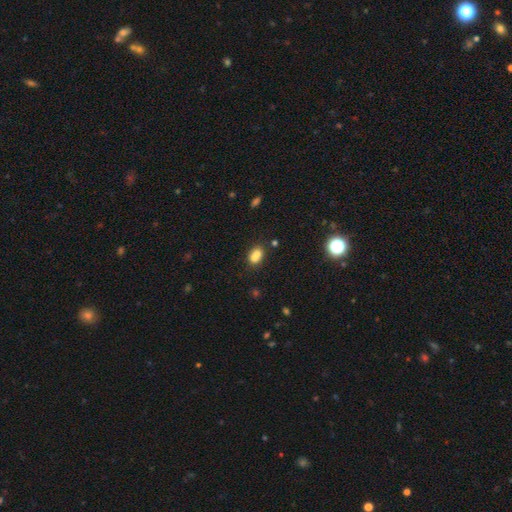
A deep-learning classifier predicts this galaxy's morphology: Smooth or featured: smooth — 74% (featured or disk — 14%)
How rounded: in between — 62% (round — 36%)
Merging: merger — 44% (none — 40%)